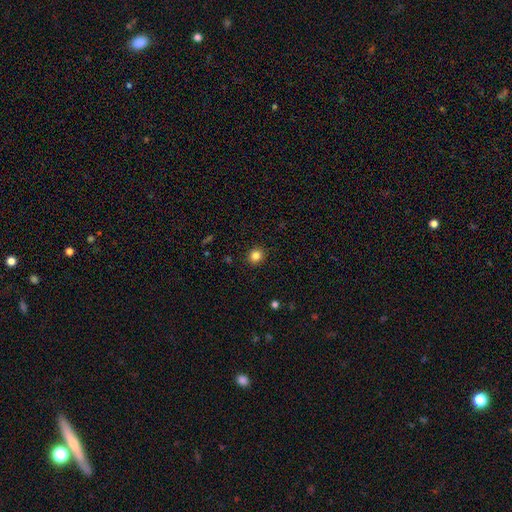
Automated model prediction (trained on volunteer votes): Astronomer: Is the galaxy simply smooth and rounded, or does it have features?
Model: smooth — 84%.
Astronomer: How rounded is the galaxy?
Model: round — 89%.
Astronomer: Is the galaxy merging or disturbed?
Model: none — 92%.